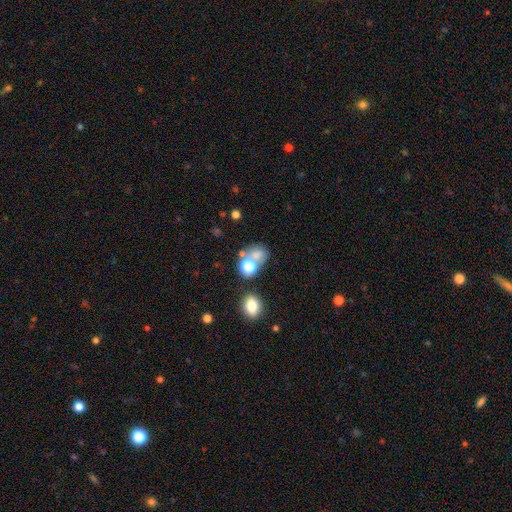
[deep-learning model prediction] A smooth galaxy with no disk features (67%) that is round (53%).

Vote fractions:
- Smooth or featured? smooth: 67% / star or artifact: 17% / featured or disk: 16%
- How rounded? round: 53% / in between: 46% / cigar-shaped: 1%
- Merging? none: 39% / merger: 38% / minor disturbance: 12% / major disturbance: 10%